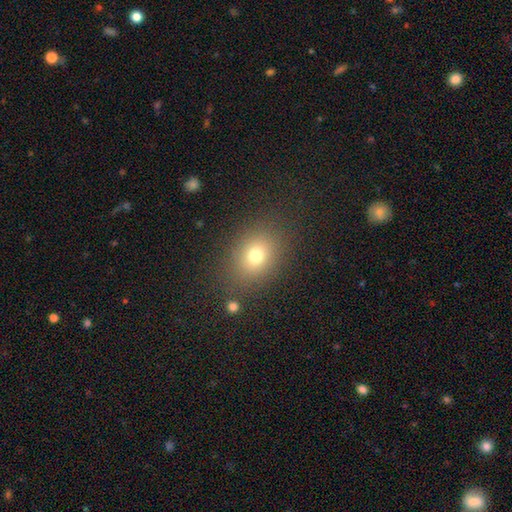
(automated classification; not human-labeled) smooth-or-featured: smooth: 73% | star or artifact: 16% | featured or disk: 11%
  how-rounded: in between: 50% | round: 49% | cigar-shaped: 1%
  merging: none: 83% | minor disturbance: 10% | major disturbance: 5% | merger: 2%